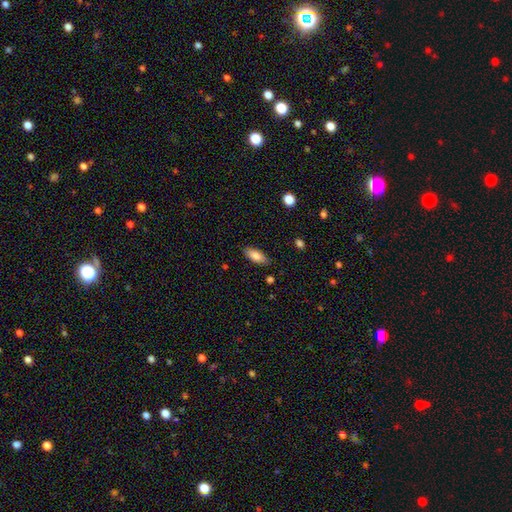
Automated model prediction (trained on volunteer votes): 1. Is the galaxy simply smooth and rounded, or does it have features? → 82% smooth, 11% featured or disk, 7% star or artifact.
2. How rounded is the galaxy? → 80% in between, 18% cigar-shaped, 2% round.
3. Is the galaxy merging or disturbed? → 83% none, 13% minor disturbance, 3% major disturbance, 1% merger.